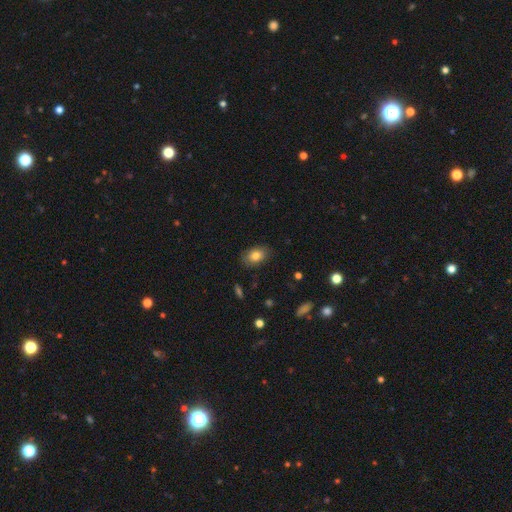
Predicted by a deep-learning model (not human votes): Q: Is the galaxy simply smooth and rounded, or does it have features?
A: smooth — 80%.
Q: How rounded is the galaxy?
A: in between — 83%.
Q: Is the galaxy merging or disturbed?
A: none — 83%.